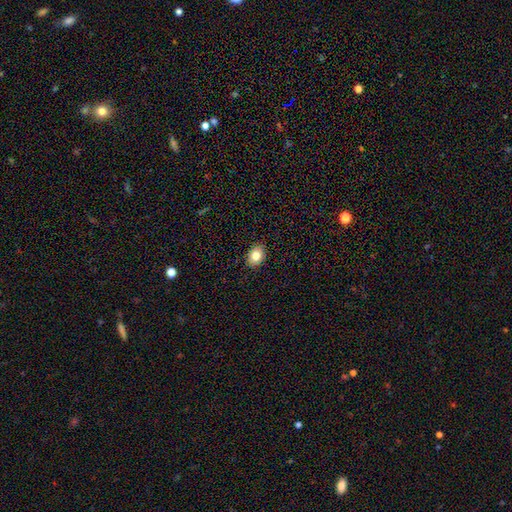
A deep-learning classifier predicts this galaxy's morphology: Q: Smooth or featured?
A: smooth (81%); runner-up: featured or disk (10%)
Q: How rounded?
A: in between (70%); runner-up: round (29%)
Q: Merging?
A: none (89%); runner-up: minor disturbance (8%)